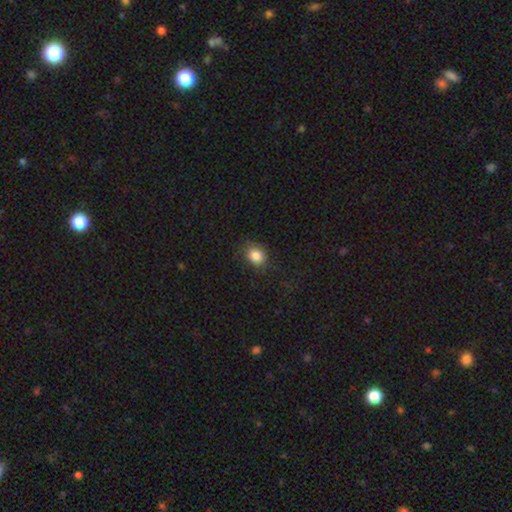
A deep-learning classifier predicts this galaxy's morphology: Smooth or featured?
  - smooth: 85% *
  - star or artifact: 10%
  - featured or disk: 5%
How rounded?
  - in between: 52% *
  - round: 47%
  - cigar-shaped: 1%
Merging?
  - none: 74% *
  - minor disturbance: 18%
  - major disturbance: 7%
  - merger: 1%